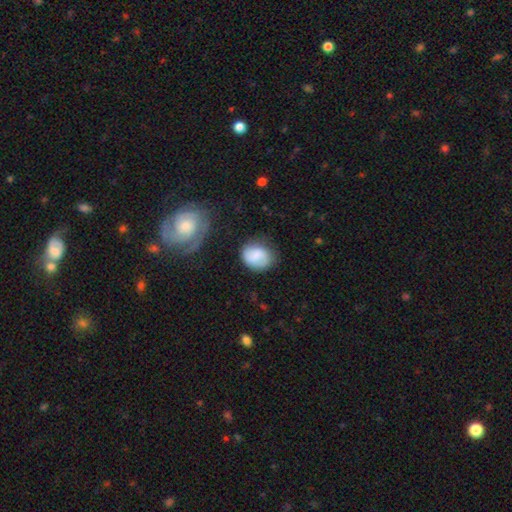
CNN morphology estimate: Smooth or featured? smooth (69%)
How rounded? round (59%)
Merging? none (67%)